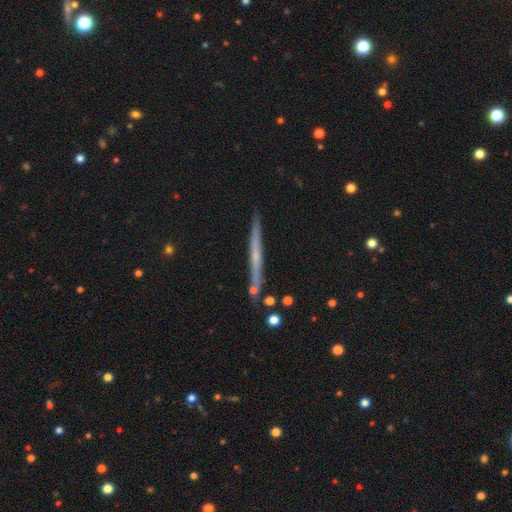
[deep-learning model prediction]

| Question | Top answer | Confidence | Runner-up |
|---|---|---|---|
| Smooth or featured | featured or disk | 60% | smooth (32%) |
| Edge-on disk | yes | 97% | no (3%) |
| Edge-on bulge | none | 69% | rounded (26%) |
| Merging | none | 87% | minor disturbance (9%) |